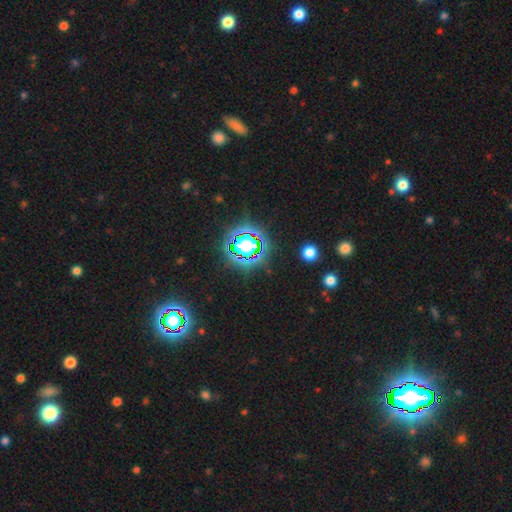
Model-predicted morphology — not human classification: The model was most divided on "smooth or featured": star or artifact: 81%, smooth: 12%, featured or disk: 7%.